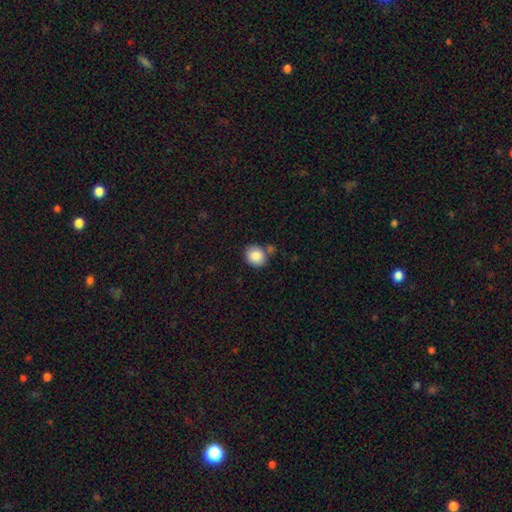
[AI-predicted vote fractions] A smooth galaxy with no disk features (86%) that is round (74%). Merging: none (72%).